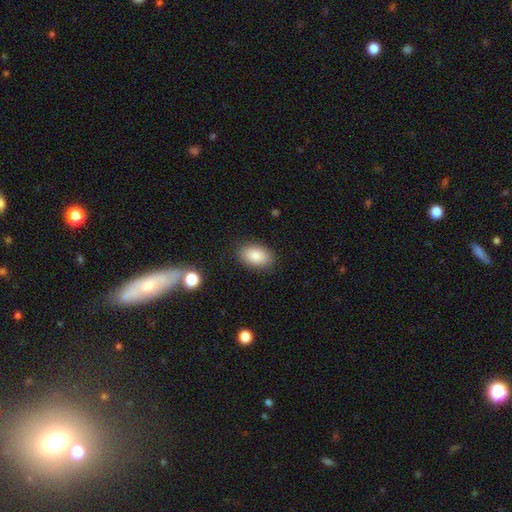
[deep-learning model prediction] Morphology: type=smooth (86%); roundness=in between (90%); merging=none (86%).